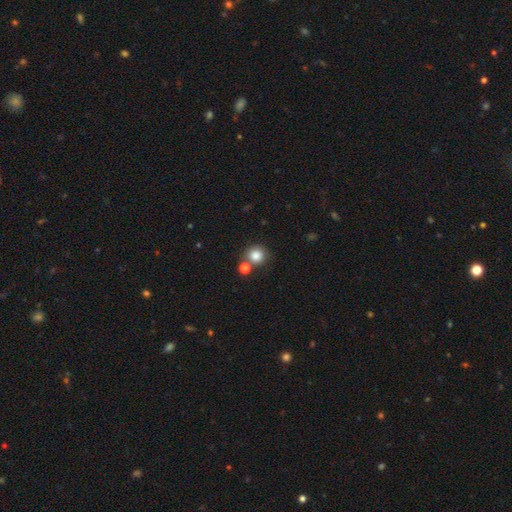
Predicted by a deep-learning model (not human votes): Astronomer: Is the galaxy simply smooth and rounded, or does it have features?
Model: smooth — 83%.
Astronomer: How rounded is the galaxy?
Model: round — 90%.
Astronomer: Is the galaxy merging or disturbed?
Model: none — 68%.